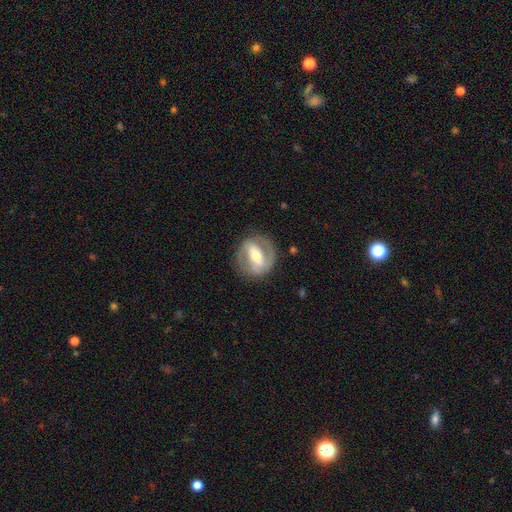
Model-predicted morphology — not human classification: A featured or disk galaxy (77%) with a strong bar (62%), 2 (84%) medium (44%) spiral arms (76%) and a moderate central bulge (62%).

Vote fractions:
- Smooth or featured? featured or disk: 77% / smooth: 18% / star or artifact: 5%
- Edge-on disk? no: 94% / yes: 6%
- Bar? strong: 62% / weak: 27% / no: 11%
- Spiral arms? yes: 76% / no: 24%
- Spiral winding? medium: 44% / tight: 41% / loose: 15%
- Spiral arm count? 2: 84% / can't tell: 8% / 1: 5% / 3: 1% / 4: 1% / more than 4: 1%
- Bulge size? moderate: 62% / small: 26% / large: 10% / none: 2% / dominant: 1%
- Merging? none: 81% / minor disturbance: 12% / major disturbance: 6% / merger: 1%